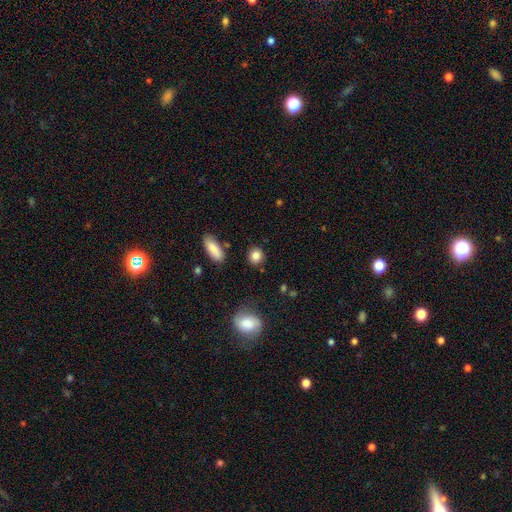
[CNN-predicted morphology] Overall: smooth (84%). How rounded: round (82%). Merging: none (86%).